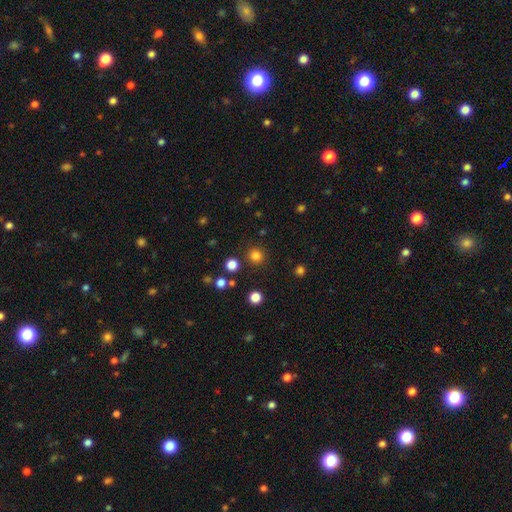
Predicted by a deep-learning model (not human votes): This is clearly a smooth galaxy (81%). How rounded: clearly round (94%). Merging: clearly none (89%).